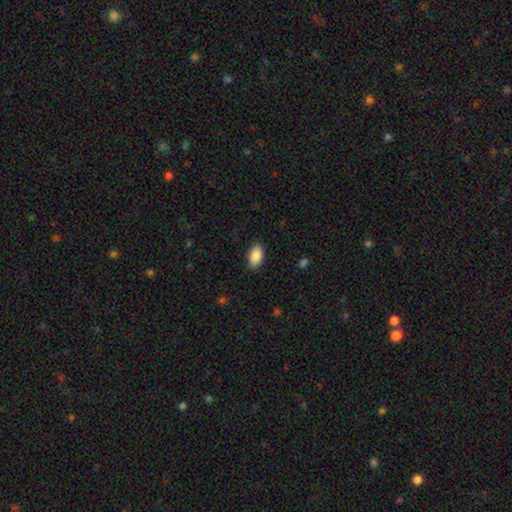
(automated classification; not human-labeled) A smooth galaxy with no disk features (90%) that is in between round and cigar-shaped (94%). Merging: none (87%).